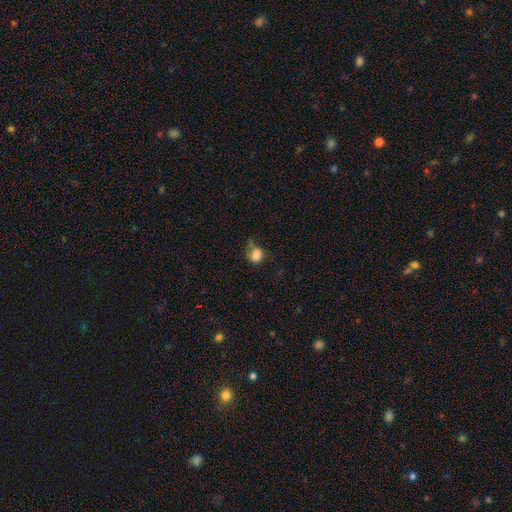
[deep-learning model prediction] smooth_or_featured: smooth (p=0.77) [alt: featured or disk p=0.13]
how_rounded: round (p=0.61) [alt: in between p=0.38]
merging: none (p=0.36) [alt: minor disturbance p=0.27]